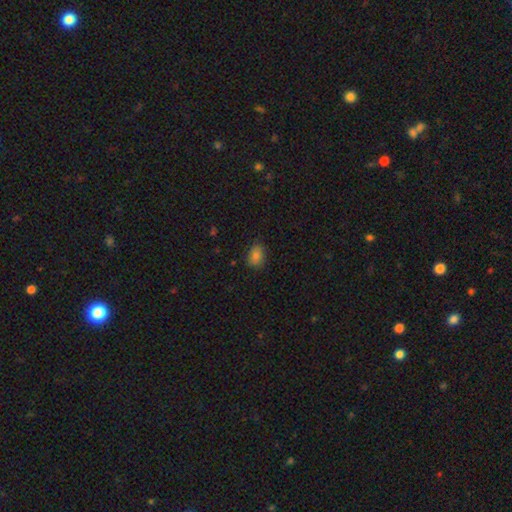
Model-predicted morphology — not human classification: Smooth or featured?
  - smooth: 81% *
  - star or artifact: 12%
  - featured or disk: 6%
How rounded?
  - in between: 77% *
  - round: 21%
  - cigar-shaped: 2%
Merging?
  - none: 81% *
  - minor disturbance: 15%
  - major disturbance: 3%
  - merger: 1%